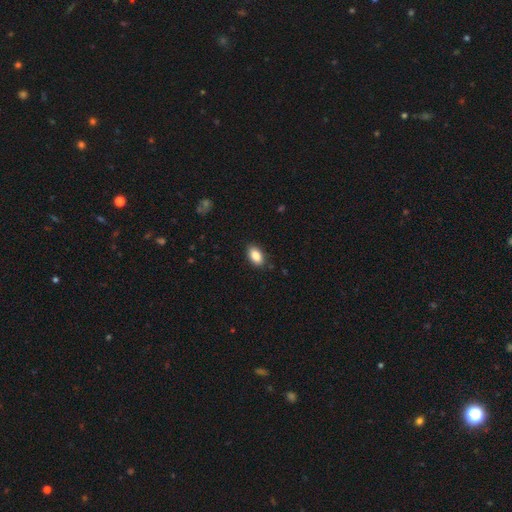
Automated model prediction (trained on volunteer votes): Overall: smooth (87%). How rounded: in between (92%). Merging: none (86%).